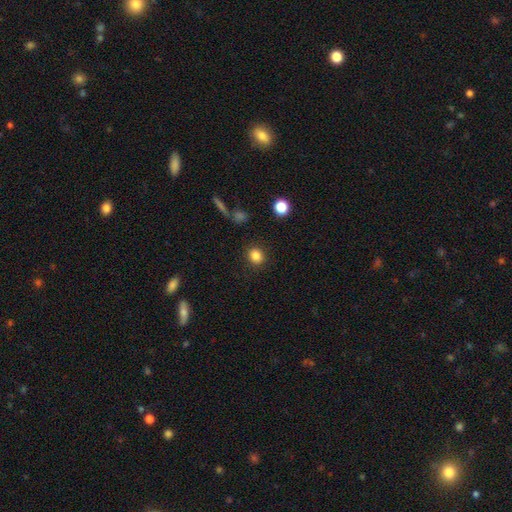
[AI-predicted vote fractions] The model was most divided on "how rounded": round: 78%, in between: 21%, cigar-shaped: 1%. More confident: merging — none (88%); smooth or featured — smooth (84%).